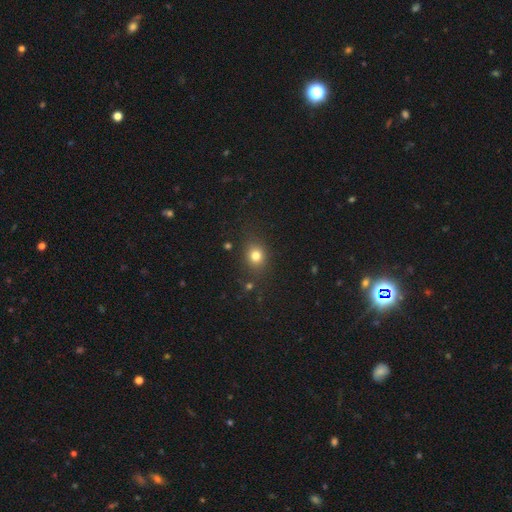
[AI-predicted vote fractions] This is likely a smooth galaxy (78%). How rounded: likely round (68%). Merging: clearly none (81%).